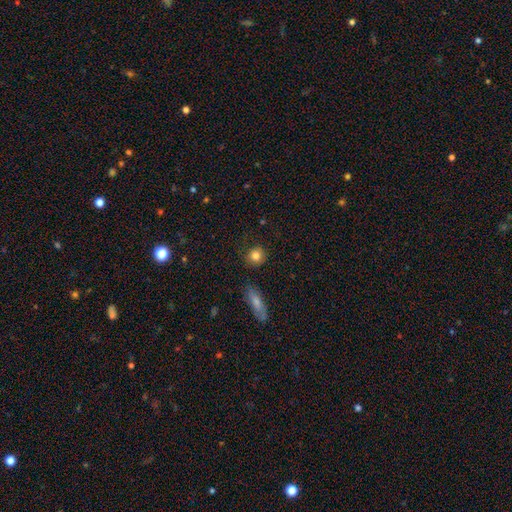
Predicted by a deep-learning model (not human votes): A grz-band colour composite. It shows a smooth galaxy with no disk features (83%) that is round (85%). Merging: none (84%).